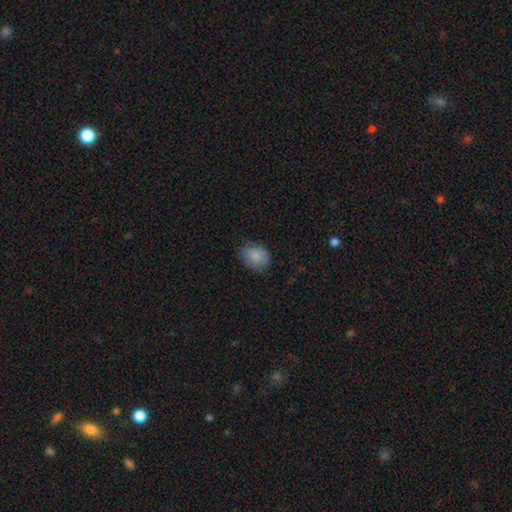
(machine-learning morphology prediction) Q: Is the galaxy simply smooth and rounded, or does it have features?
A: smooth — 86%.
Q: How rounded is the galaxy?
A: in between — 63%.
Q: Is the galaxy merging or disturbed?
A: none — 77%.